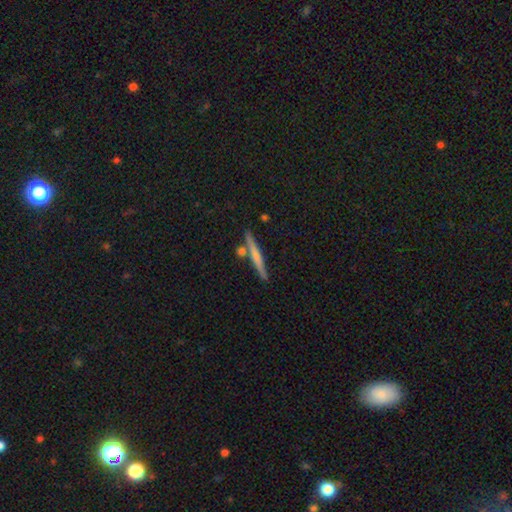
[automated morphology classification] Smooth or featured? Predicted: smooth (p=0.53). How rounded? Predicted: cigar-shaped (p=0.94). Merging? Predicted: none (p=0.79).